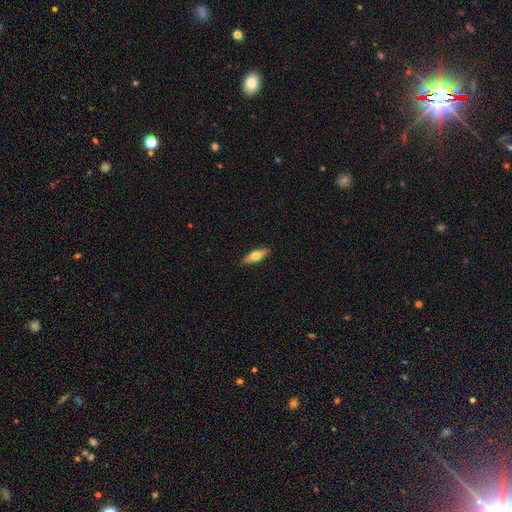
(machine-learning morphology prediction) Smooth or featured? Predicted: smooth (p=0.58). How rounded? Predicted: in between (p=0.50). Merging? Predicted: none (p=0.89).